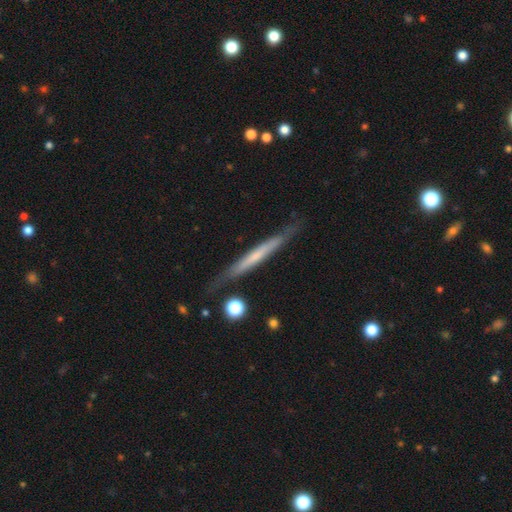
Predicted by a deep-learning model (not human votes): A featured or disk galaxy (54%) viewed edge-on (94%) with no central bulge (79%).

Vote fractions:
- Smooth or featured? featured or disk: 54% / smooth: 41% / star or artifact: 6%
- Edge-on disk? yes: 94% / no: 6%
- Edge-on bulge? none: 79% / rounded: 14% / boxy: 8%
- Merging? none: 80% / minor disturbance: 15% / major disturbance: 3% / merger: 2%